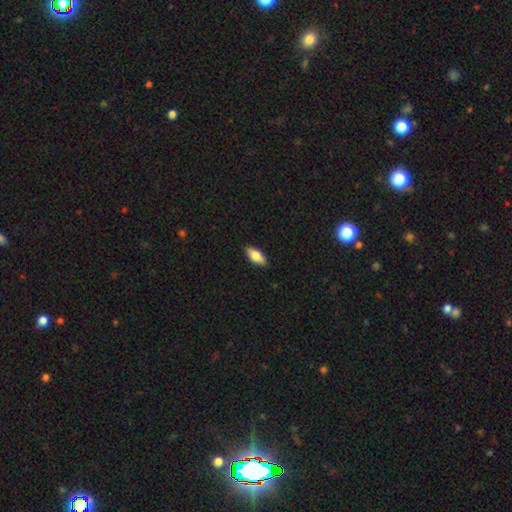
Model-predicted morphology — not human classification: Smooth or featured? Predicted: smooth (p=0.75). How rounded? Predicted: in between (p=0.81). Merging? Predicted: none (p=0.88).